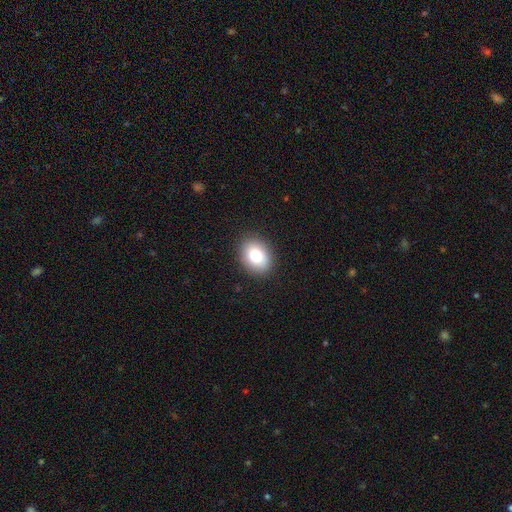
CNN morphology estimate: Smooth or featured? Predicted: smooth (p=0.81). How rounded? Predicted: in between (p=0.62). Merging? Predicted: none (p=0.89).